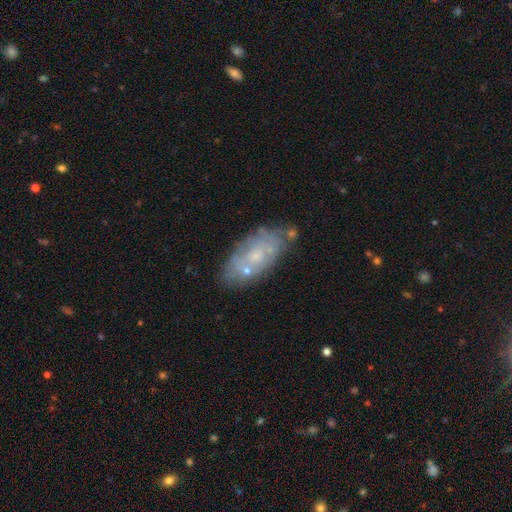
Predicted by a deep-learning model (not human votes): featured or disk 54%, smooth 37%, star or artifact 9%. Down the decision tree: edge-on disk — no (91%); merging — none (65%).